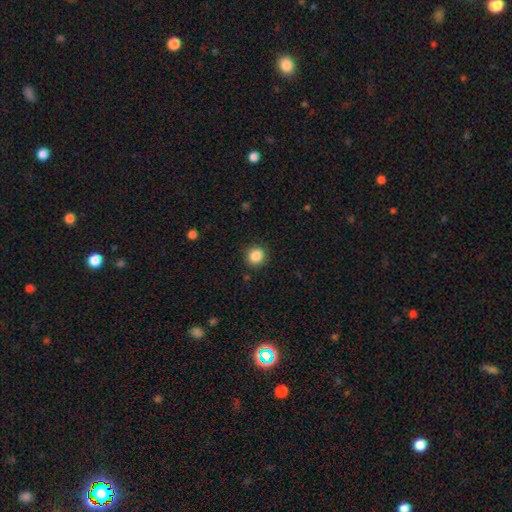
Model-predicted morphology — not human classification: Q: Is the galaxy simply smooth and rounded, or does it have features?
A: smooth — 86%.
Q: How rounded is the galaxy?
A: round — 89%.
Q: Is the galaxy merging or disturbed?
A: none — 89%.